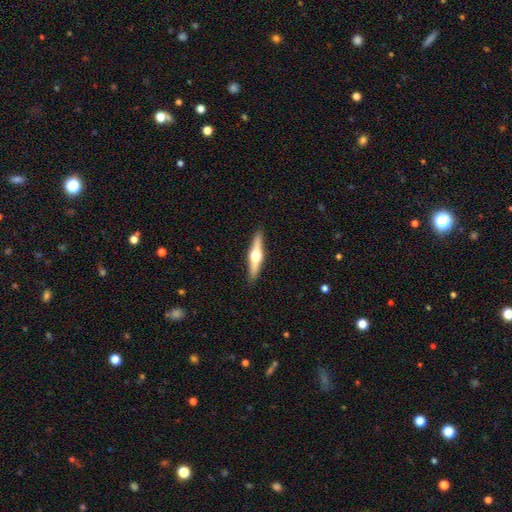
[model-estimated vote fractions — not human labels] Q: Smooth or featured?
A: featured or disk (68%); runner-up: smooth (27%)
Q: Edge-on disk?
A: yes (97%); runner-up: no (3%)
Q: Edge-on bulge?
A: rounded (96%); runner-up: boxy (2%)
Q: Merging?
A: none (91%); runner-up: minor disturbance (6%)